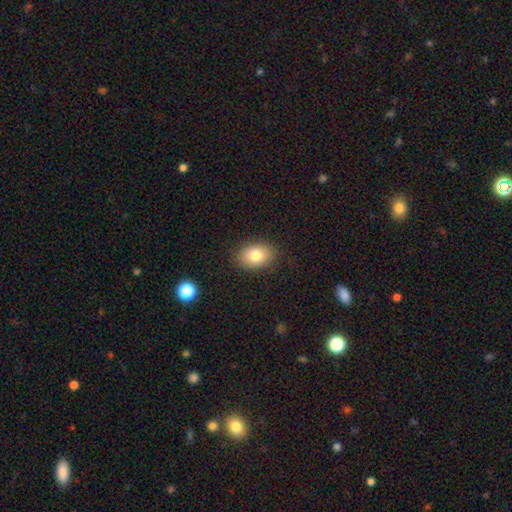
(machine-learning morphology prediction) This is clearly a smooth galaxy (80%). How rounded: likely in between (75%). Merging: clearly none (86%).